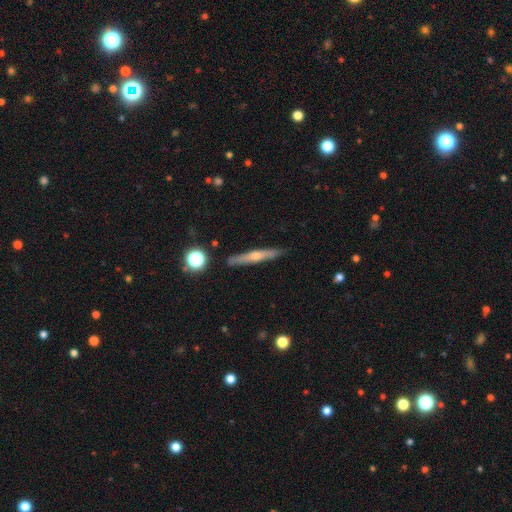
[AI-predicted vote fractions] A featured or disk galaxy (55%) viewed edge-on (93%) with a rounded central bulge (77%). Merging: none (89%).